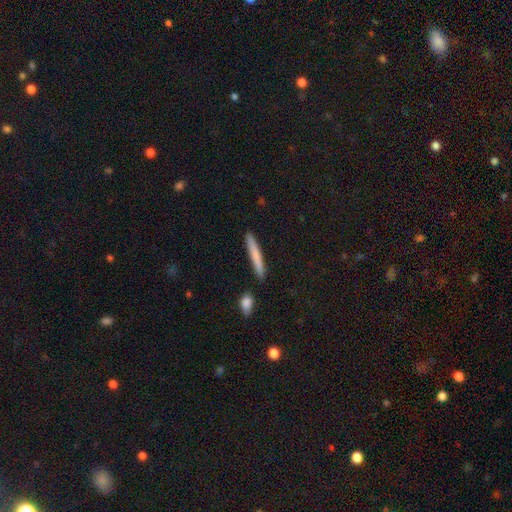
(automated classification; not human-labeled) A smooth galaxy with no disk features (73%) that is cigar-shaped (96%). Merging: none (88%).